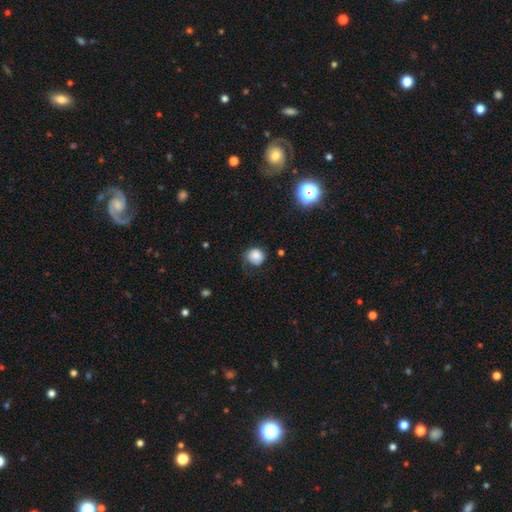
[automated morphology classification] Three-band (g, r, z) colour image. It shows a smooth galaxy with no disk features (82%) that is round (81%). Merging: none (61%).